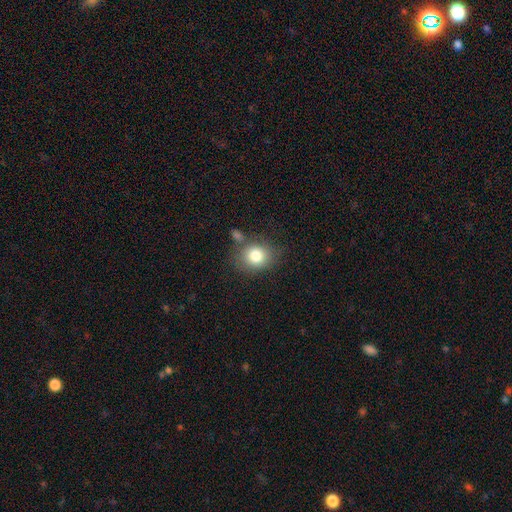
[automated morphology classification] Q: Smooth or featured?
A: smooth (80%); runner-up: featured or disk (10%)
Q: How rounded?
A: round (62%); runner-up: in between (37%)
Q: Merging?
A: none (67%); runner-up: minor disturbance (16%)